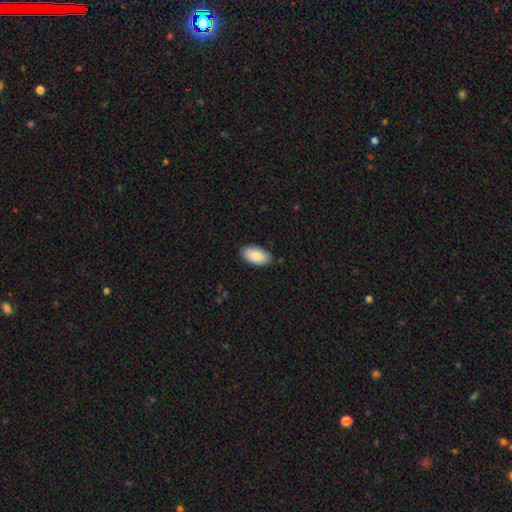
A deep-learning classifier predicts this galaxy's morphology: type=smooth (89%); roundness=in between (96%); merging=none (87%).